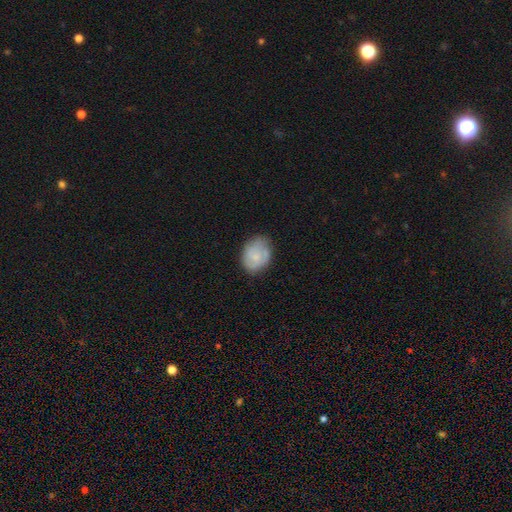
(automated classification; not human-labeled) This appears to be a smooth galaxy with no disk features (64%) that is in between round and cigar-shaped (64%). Merging: none (64%).